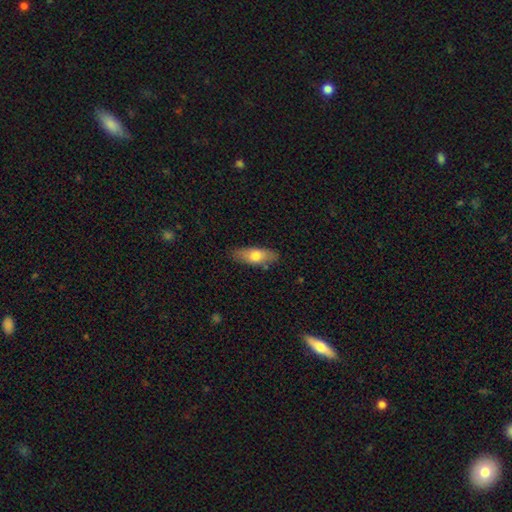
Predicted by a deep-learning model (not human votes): Smooth or featured?
  - smooth: 68% *
  - featured or disk: 26%
  - star or artifact: 6%
How rounded?
  - in between: 73% *
  - cigar-shaped: 24%
  - round: 3%
Merging?
  - none: 82% *
  - minor disturbance: 14%
  - major disturbance: 3%
  - merger: 2%